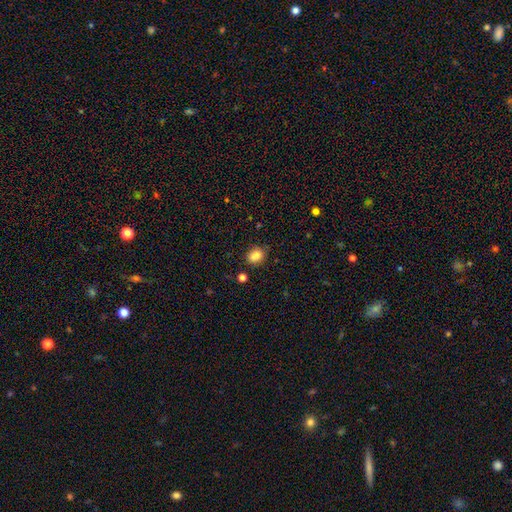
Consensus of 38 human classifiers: A smooth galaxy with no disk features (89%) that is round (53%). Merging: none (72%).